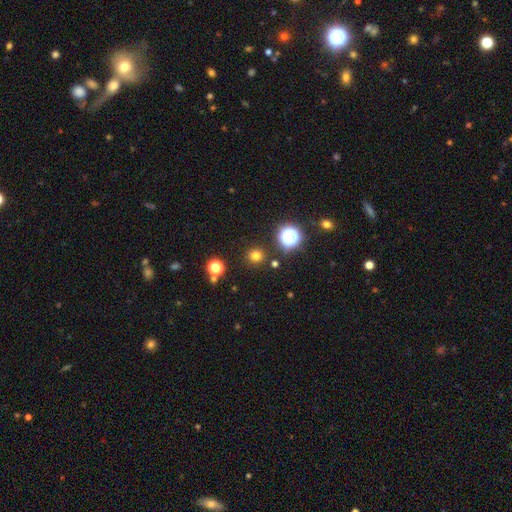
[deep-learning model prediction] Smooth or featured: smooth — 75% (star or artifact — 20%)
How rounded: round — 92% (in between — 7%)
Merging: none — 90% (minor disturbance — 6%)